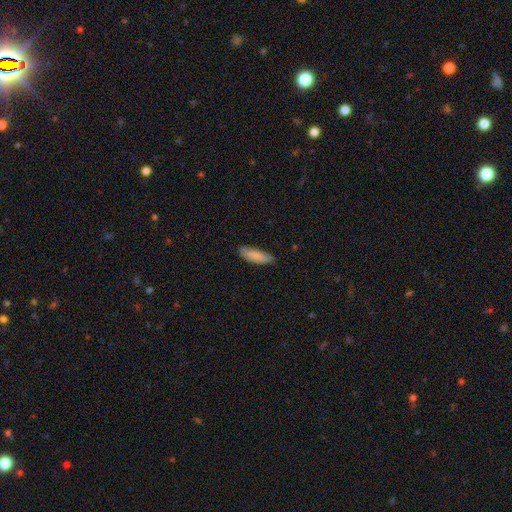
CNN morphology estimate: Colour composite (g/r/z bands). It shows a smooth galaxy with no disk features (86%) that is in between round and cigar-shaped (58%). Merging: none (76%).